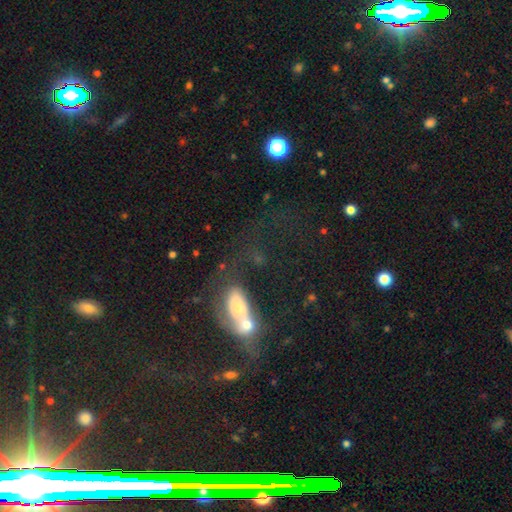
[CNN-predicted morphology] The model was most divided on "smooth or featured": smooth: 41%, featured or disk: 39%, star or artifact: 20%. More confident: merging — merger (60%).